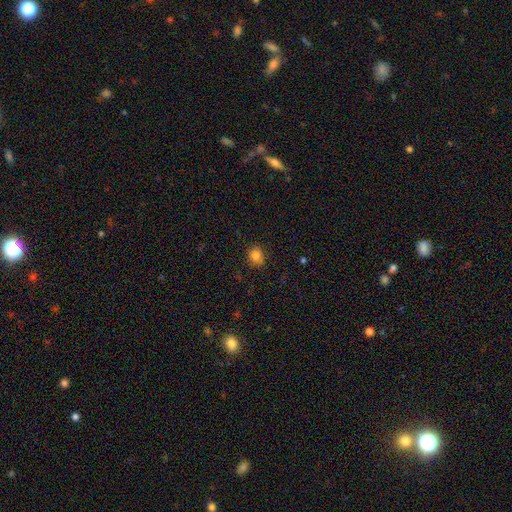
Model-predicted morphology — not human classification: smooth_or_featured: smooth (p=0.82) [alt: star or artifact p=0.12]
how_rounded: round (p=0.67) [alt: in between p=0.32]
merging: none (p=0.85) [alt: minor disturbance p=0.12]